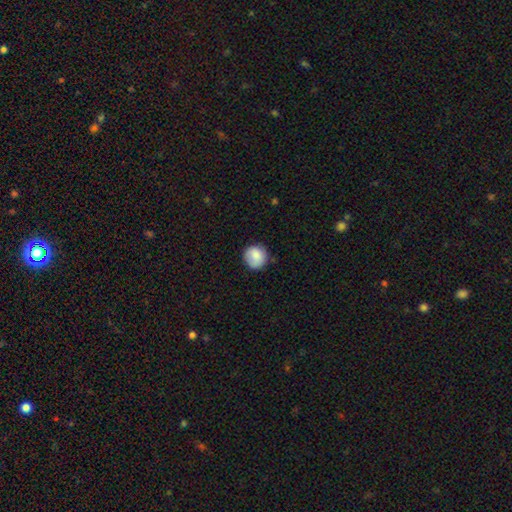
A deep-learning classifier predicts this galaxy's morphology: Smooth or featured?
  - smooth: 85% *
  - star or artifact: 8%
  - featured or disk: 8%
How rounded?
  - round: 92% *
  - in between: 7%
  - cigar-shaped: 1%
Merging?
  - none: 80% *
  - minor disturbance: 16%
  - major disturbance: 3%
  - merger: 1%